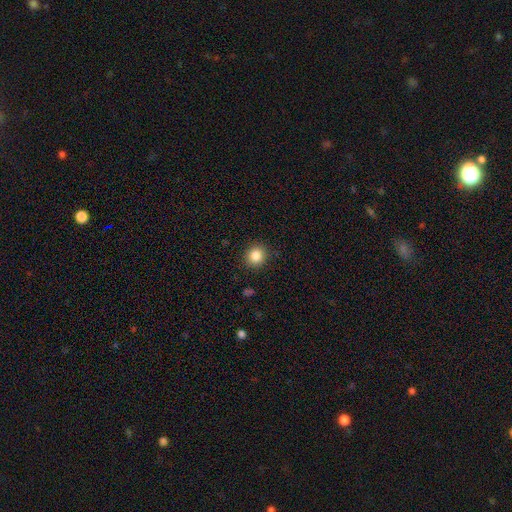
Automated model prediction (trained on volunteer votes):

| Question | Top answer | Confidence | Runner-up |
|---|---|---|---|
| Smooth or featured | smooth | 85% | star or artifact (10%) |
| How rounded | round | 87% | in between (13%) |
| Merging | none | 90% | minor disturbance (7%) |